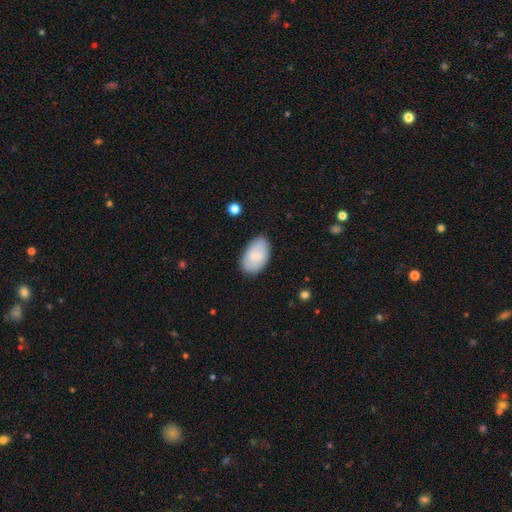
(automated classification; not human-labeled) The model was most divided on "merging": none: 78%, minor disturbance: 17%, major disturbance: 3%, merger: 2%. More confident: how rounded — in between (94%); smooth or featured — smooth (78%).